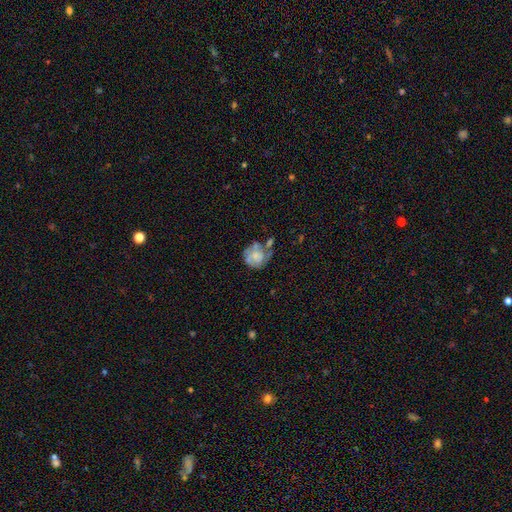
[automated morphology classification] Q: Smooth or featured?
A: featured or disk (48%); runner-up: smooth (44%)
Q: Merging?
A: none (39%); runner-up: minor disturbance (25%)